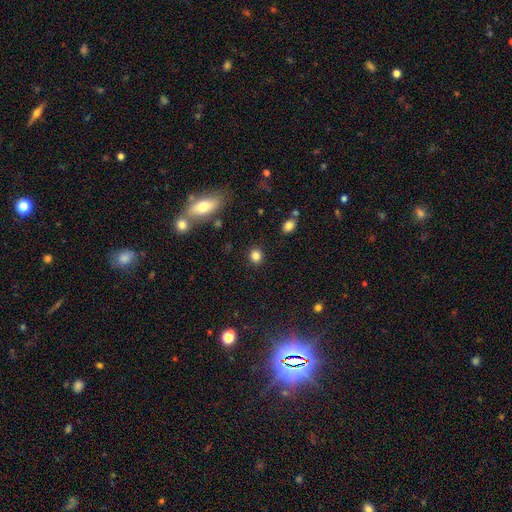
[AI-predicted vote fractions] Q: Smooth or featured?
A: smooth (84%); runner-up: star or artifact (11%)
Q: How rounded?
A: round (77%); runner-up: in between (22%)
Q: Merging?
A: none (88%); runner-up: minor disturbance (7%)